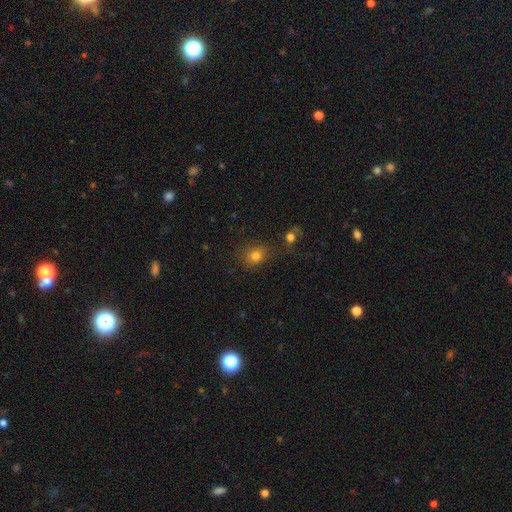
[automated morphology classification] smooth_or_featured: smooth (p=0.78) [alt: star or artifact p=0.14]
how_rounded: round (p=0.67) [alt: in between p=0.32]
merging: none (p=0.64) [alt: merger p=0.15]